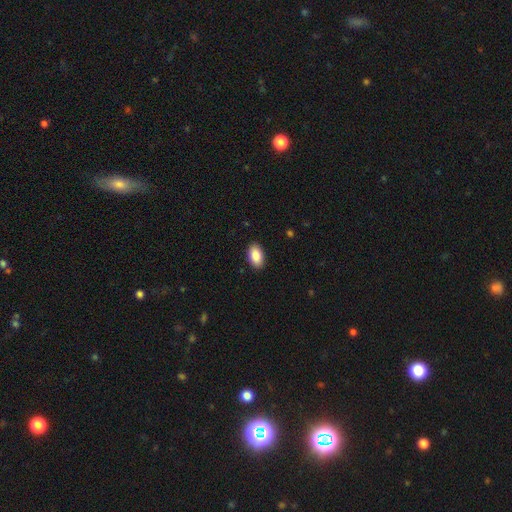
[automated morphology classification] type=smooth (89%); roundness=in between (94%); merging=none (90%).